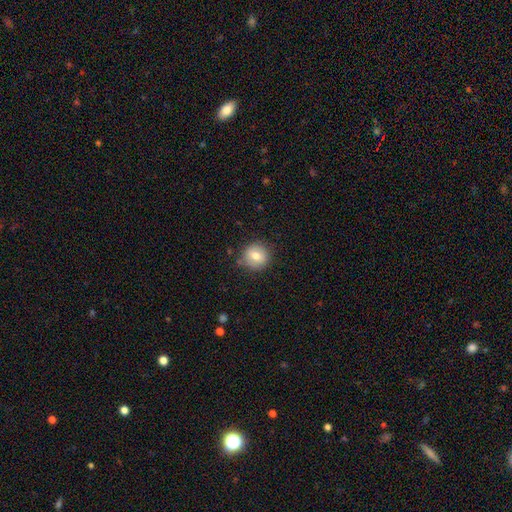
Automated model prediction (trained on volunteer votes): Smooth or featured? Predicted: smooth (p=0.74). How rounded? Predicted: round (p=0.92). Merging? Predicted: none (p=0.83).